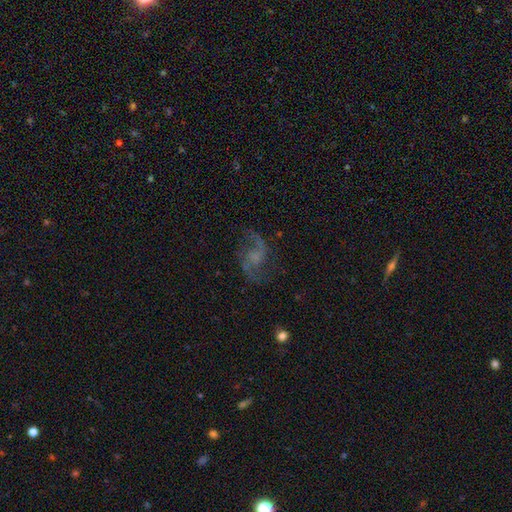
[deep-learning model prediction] The model was most divided on "bulge size": none: 42%, small: 33%, moderate: 19%, large: 5%, dominant: 1%. More confident: edge-on disk — no (97%); spiral arms — yes (94%); spiral arm count — 2 (90%); smooth or featured — featured or disk (81%); merging — none (71%); spiral winding — loose (64%); bar — no (55%).